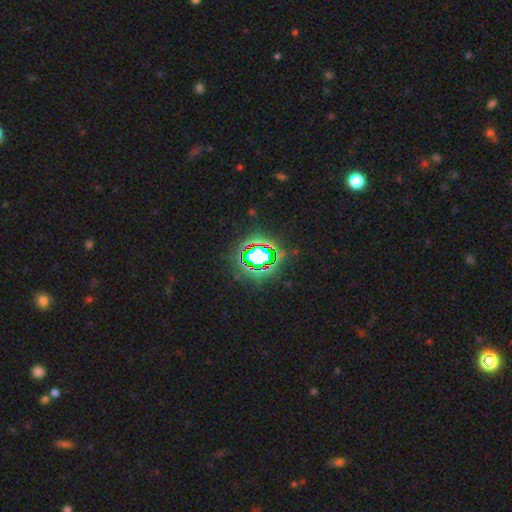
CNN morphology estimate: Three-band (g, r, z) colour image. It shows a star or artifact, not a galaxy (72%).